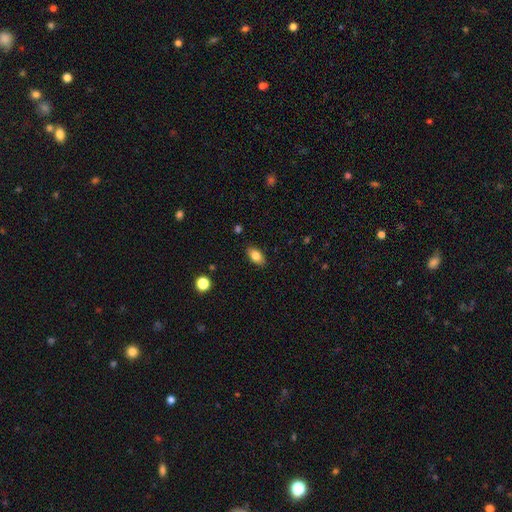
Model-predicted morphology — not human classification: Q: Smooth or featured?
A: smooth (81%); runner-up: featured or disk (11%)
Q: How rounded?
A: in between (90%); runner-up: round (6%)
Q: Merging?
A: none (87%); runner-up: minor disturbance (10%)